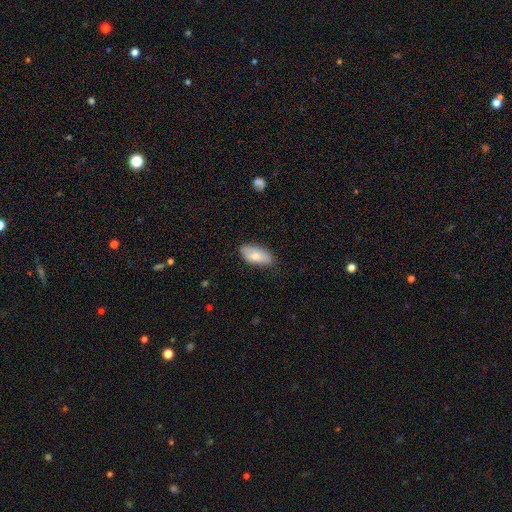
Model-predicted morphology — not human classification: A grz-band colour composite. It shows a smooth galaxy with no disk features (76%) that is in between round and cigar-shaped (90%). Merging: none (78%).